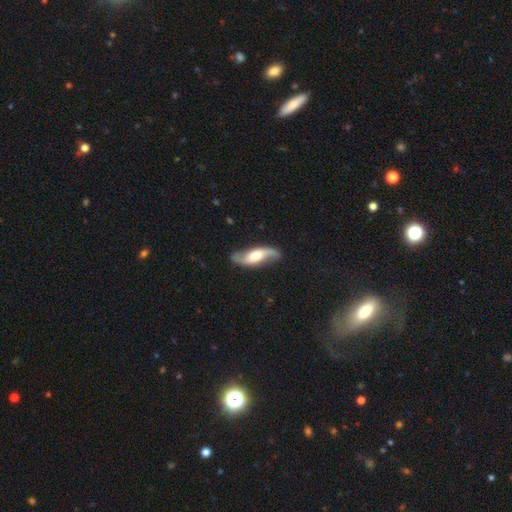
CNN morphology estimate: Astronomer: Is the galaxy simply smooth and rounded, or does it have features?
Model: featured or disk — 79%.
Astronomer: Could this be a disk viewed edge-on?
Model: no — 87%.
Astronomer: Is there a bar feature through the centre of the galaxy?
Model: no — 40% (runner-up: weak, 38%).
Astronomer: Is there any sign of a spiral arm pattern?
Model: yes — 94%.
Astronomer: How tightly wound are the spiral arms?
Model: loose — 65%.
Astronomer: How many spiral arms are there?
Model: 2 — 92%.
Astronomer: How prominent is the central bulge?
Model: moderate — 42% (runner-up: large, 39%).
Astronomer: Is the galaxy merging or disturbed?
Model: none — 78%.